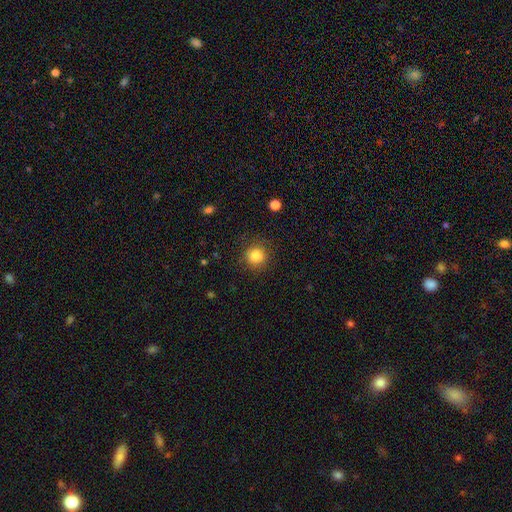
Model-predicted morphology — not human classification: type=smooth (83%); roundness=round (92%); merging=none (87%).